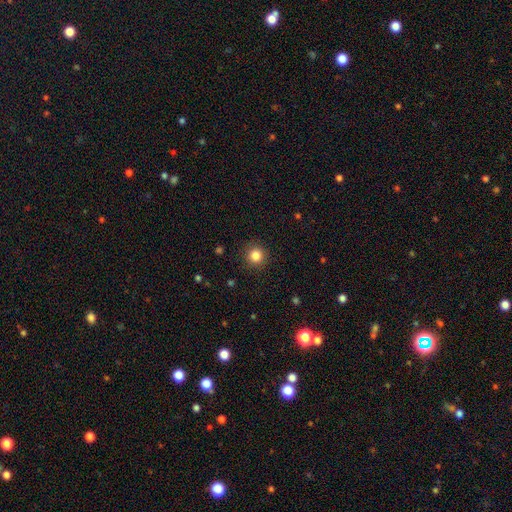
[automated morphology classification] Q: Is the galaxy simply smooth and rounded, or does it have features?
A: smooth — 84%.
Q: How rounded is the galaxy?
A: round — 94%.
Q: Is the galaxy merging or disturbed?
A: none — 91%.